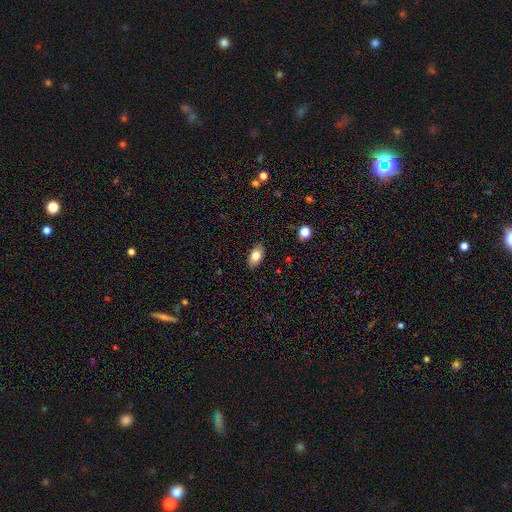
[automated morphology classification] smooth-or-featured: smooth: 81% | featured or disk: 11% | star or artifact: 8%
  how-rounded: in between: 91% | round: 6% | cigar-shaped: 3%
  merging: none: 87% | minor disturbance: 10% | major disturbance: 2% | merger: 1%